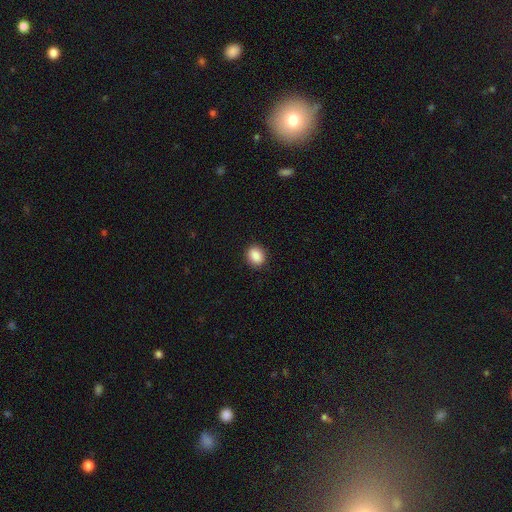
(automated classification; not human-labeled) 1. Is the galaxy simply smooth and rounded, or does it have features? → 88% smooth, 8% star or artifact, 4% featured or disk.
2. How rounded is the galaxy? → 57% round, 42% in between, 1% cigar-shaped.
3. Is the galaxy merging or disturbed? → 90% none, 7% minor disturbance, 2% major disturbance, 1% merger.